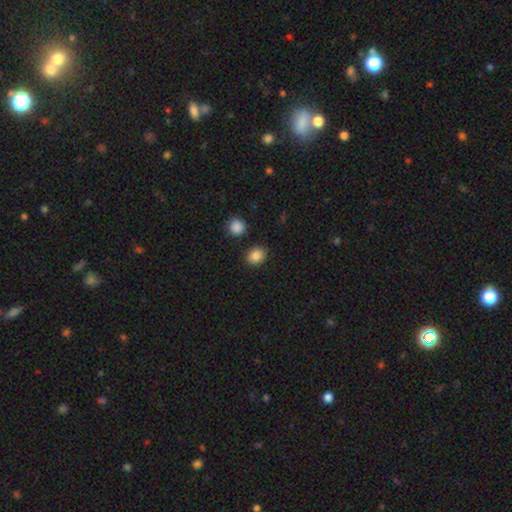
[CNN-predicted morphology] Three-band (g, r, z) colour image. It shows a smooth galaxy with no disk features (86%) that is round (52%). Merging: none (86%).